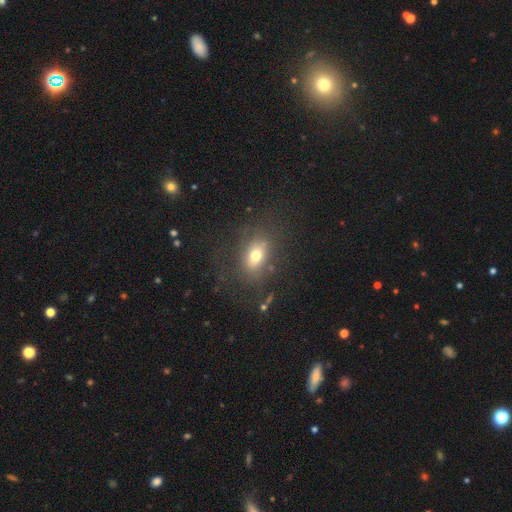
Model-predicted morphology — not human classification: This is likely a smooth galaxy (68%). How rounded: likely in between (71%). Merging: likely none (71%).